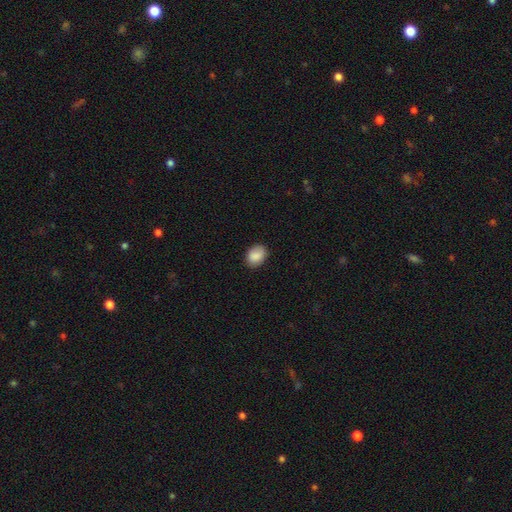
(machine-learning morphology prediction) type=smooth (88%); roundness=in between (69%); merging=none (83%).